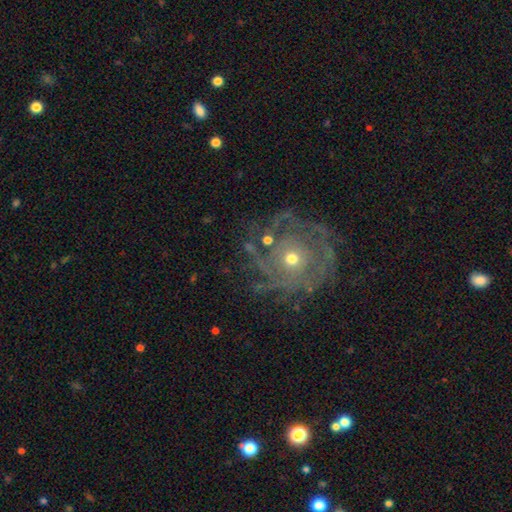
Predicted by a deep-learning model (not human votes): A featured or disk galaxy (78%) with no bar (83%), tight (71%) spiral arms (88%) and a small central bulge (52%). Merging: none (75%).